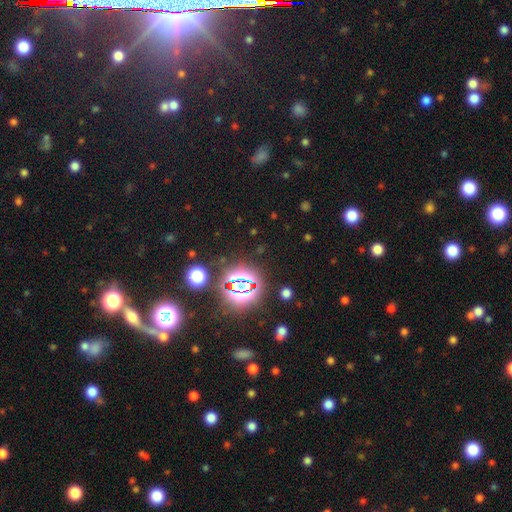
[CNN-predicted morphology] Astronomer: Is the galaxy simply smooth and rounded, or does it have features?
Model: star or artifact — 76%.